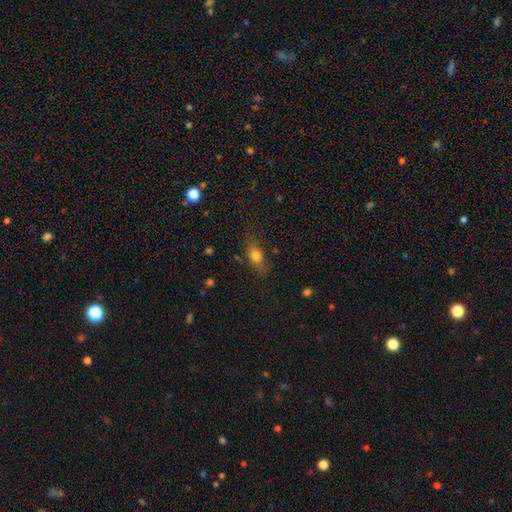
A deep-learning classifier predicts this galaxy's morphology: Smooth or featured: smooth — 76% (featured or disk — 13%)
How rounded: in between — 72% (round — 20%)
Merging: none — 70% (minor disturbance — 20%)